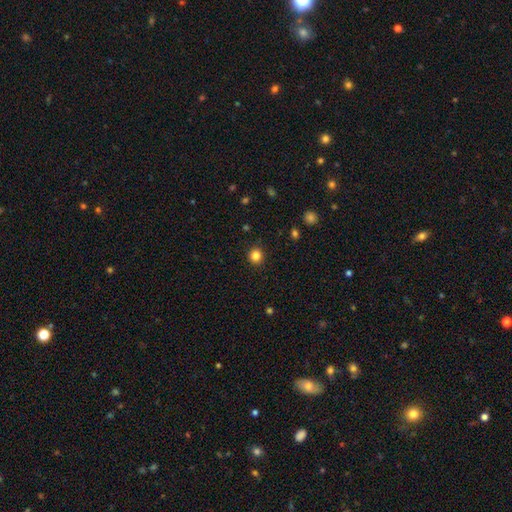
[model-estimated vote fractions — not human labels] Smooth or featured? smooth (84%)
How rounded? round (90%)
Merging? none (91%)